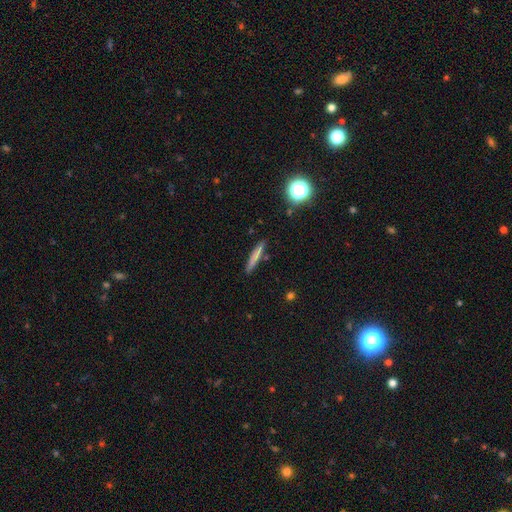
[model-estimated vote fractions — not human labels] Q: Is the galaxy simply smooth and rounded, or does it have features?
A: smooth — 71%.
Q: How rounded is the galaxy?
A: cigar-shaped — 94%.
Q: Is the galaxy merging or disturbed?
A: none — 87%.